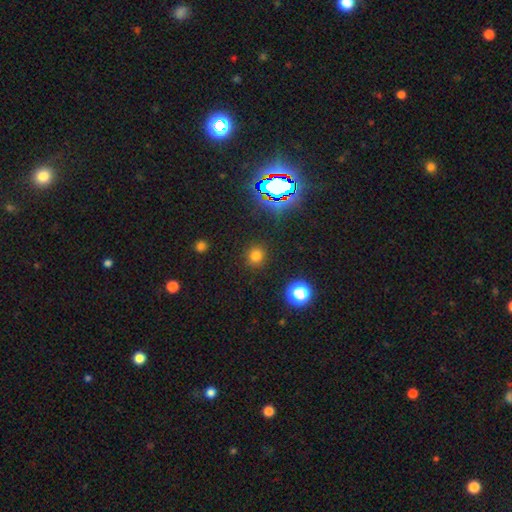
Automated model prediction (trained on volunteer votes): smooth_or_featured: smooth (p=0.72) [alt: star or artifact p=0.22]
how_rounded: round (p=0.90) [alt: in between p=0.09]
merging: none (p=0.89) [alt: minor disturbance p=0.07]